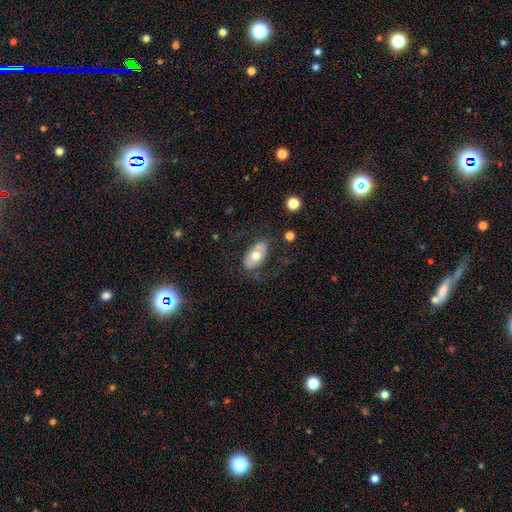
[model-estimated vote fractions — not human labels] smooth-or-featured: smooth: 57% | featured or disk: 36% | star or artifact: 6%
  how-rounded: in between: 92% | round: 6% | cigar-shaped: 2%
  merging: none: 68% | minor disturbance: 19% | major disturbance: 10% | merger: 3%